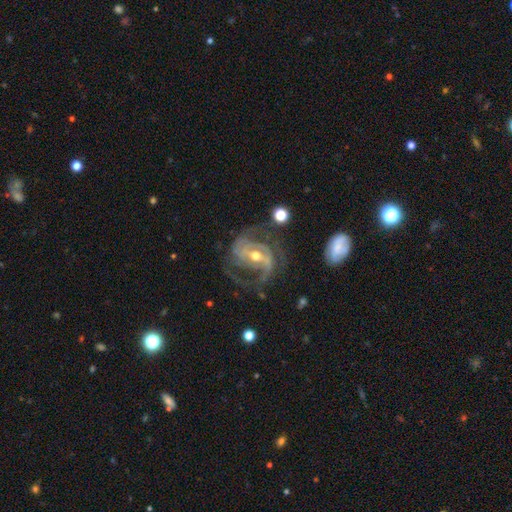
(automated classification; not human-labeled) Smooth or featured: featured or disk — 89% (star or artifact — 6%)
Edge-on disk: no — 97% (yes — 3%)
Bar: strong — 46% (weak — 36%)
Spiral arms: yes — 96% (no — 4%)
Spiral winding: medium — 49% (tight — 29%)
Spiral arm count: 2 — 63% (3 — 15%)
Bulge size: moderate — 55% (small — 41%)
Merging: none — 61% (major disturbance — 19%)